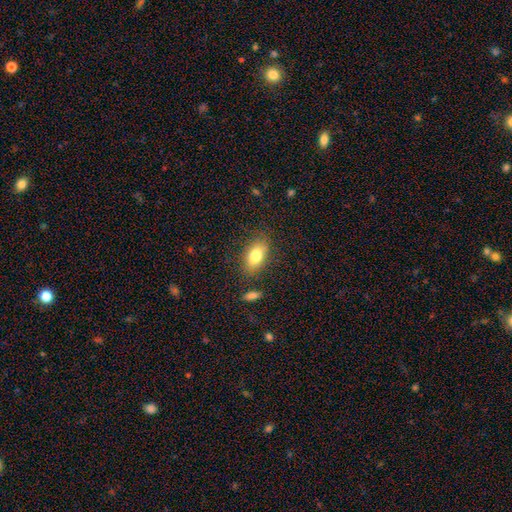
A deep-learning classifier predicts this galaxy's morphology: smooth_or_featured: smooth (p=0.79) [alt: featured or disk p=0.13]
how_rounded: in between (p=0.87) [alt: round p=0.08]
merging: none (p=0.81) [alt: minor disturbance p=0.12]